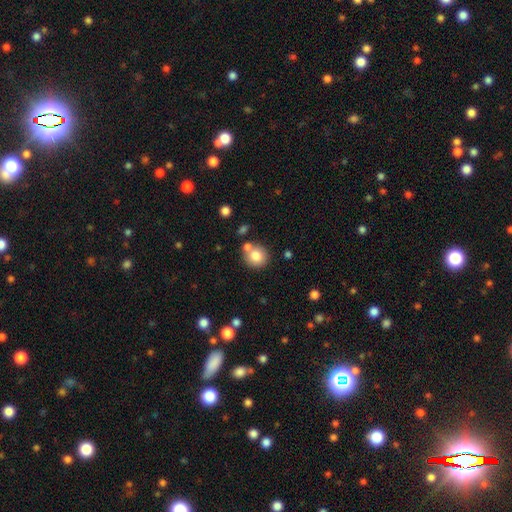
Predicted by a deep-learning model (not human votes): A smooth galaxy with no disk features (79%) that is round (88%).

Vote fractions:
- Smooth or featured? smooth: 79% / featured or disk: 11% / star or artifact: 10%
- How rounded? round: 88% / in between: 11% / cigar-shaped: 1%
- Merging? none: 67% / merger: 20% / minor disturbance: 10% / major disturbance: 3%